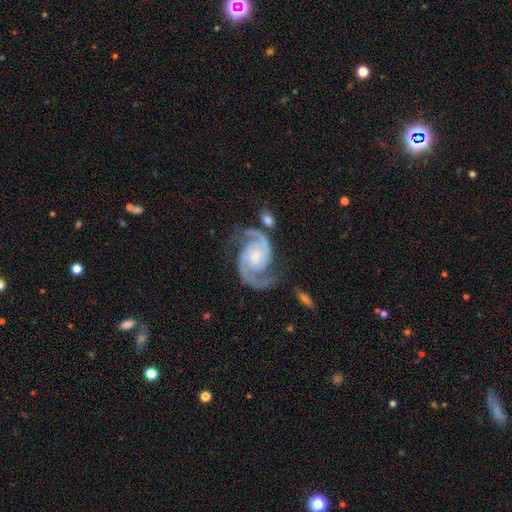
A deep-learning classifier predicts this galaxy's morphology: smooth-or-featured: featured or disk: 93% | star or artifact: 4% | smooth: 3%
  disk-edge-on: no: 98% | yes: 2%
    bar: no: 63% | weak: 29% | strong: 8%
    has-spiral-arms: yes: 98% | no: 2%
      spiral-winding: medium: 58% | tight: 27% | loose: 16%
      spiral-arm-count: 2: 93% | 3: 2% | can't tell: 2% | 1: 1% | 4: 1% | more than 4: 1%
    bulge-size: small: 53% | moderate: 33% | none: 8% | large: 5% | dominant: 1%
  merging: none: 67% | minor disturbance: 18% | major disturbance: 9% | merger: 6%